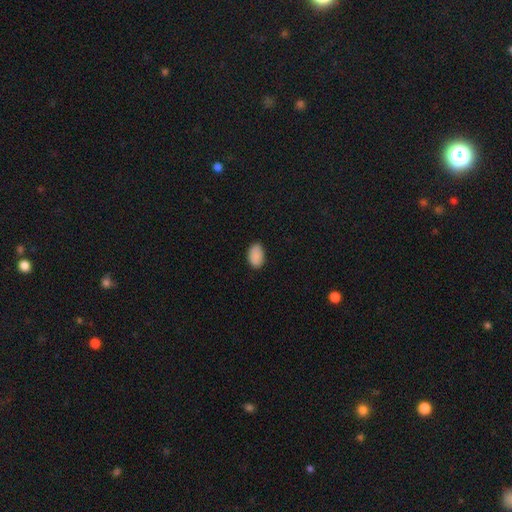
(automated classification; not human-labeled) This is clearly a smooth galaxy (90%). How rounded: clearly in between (91%). Merging: clearly none (86%).